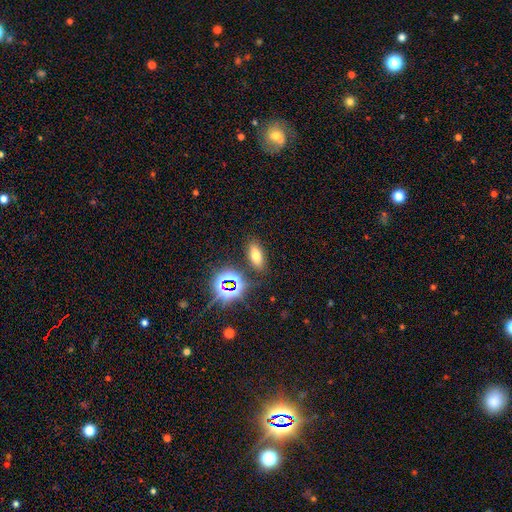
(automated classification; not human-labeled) Smooth or featured? smooth (61%)
How rounded? in between (81%)
Merging? none (84%)